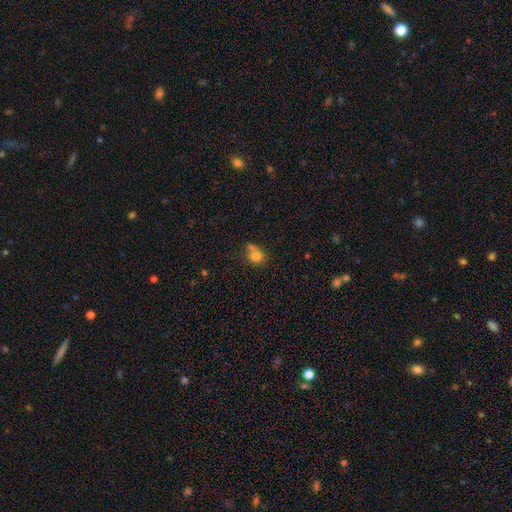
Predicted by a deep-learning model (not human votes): A smooth galaxy with no disk features (78%) that is round (69%).

Vote fractions:
- Smooth or featured? smooth: 78% / star or artifact: 11% / featured or disk: 10%
- How rounded? round: 69% / in between: 30% / cigar-shaped: 1%
- Merging? none: 43% / merger: 33% / minor disturbance: 16% / major disturbance: 8%